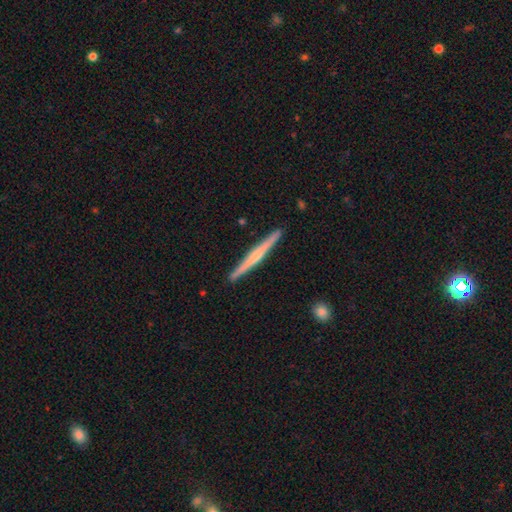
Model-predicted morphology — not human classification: Smooth or featured?
  - featured or disk: 64% *
  - smooth: 31%
  - star or artifact: 5%
Edge-on disk?
  - yes: 98% *
  - no: 2%
Edge-on bulge?
  - rounded: 54% *
  - none: 35%
  - boxy: 11%
Merging?
  - none: 92% *
  - minor disturbance: 6%
  - major disturbance: 1%
  - merger: 1%